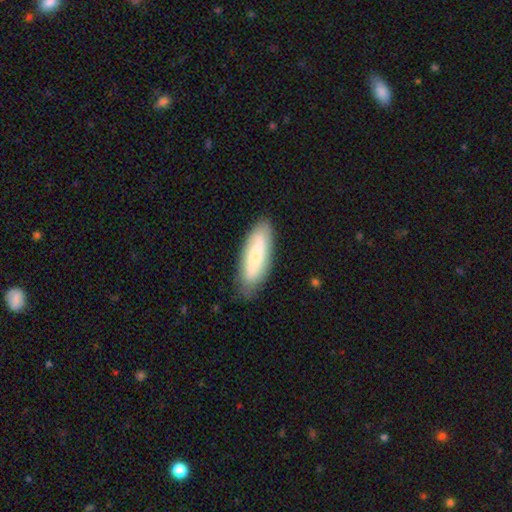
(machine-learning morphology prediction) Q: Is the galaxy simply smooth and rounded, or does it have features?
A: smooth — 56%.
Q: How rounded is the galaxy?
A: in between — 56%.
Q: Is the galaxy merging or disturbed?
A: none — 83%.